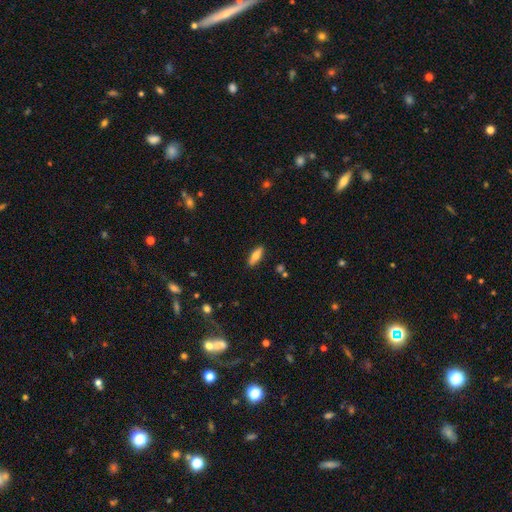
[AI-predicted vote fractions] Q: Smooth or featured?
A: smooth (69%); runner-up: featured or disk (24%)
Q: How rounded?
A: in between (55%); runner-up: cigar-shaped (42%)
Q: Merging?
A: none (88%); runner-up: minor disturbance (9%)